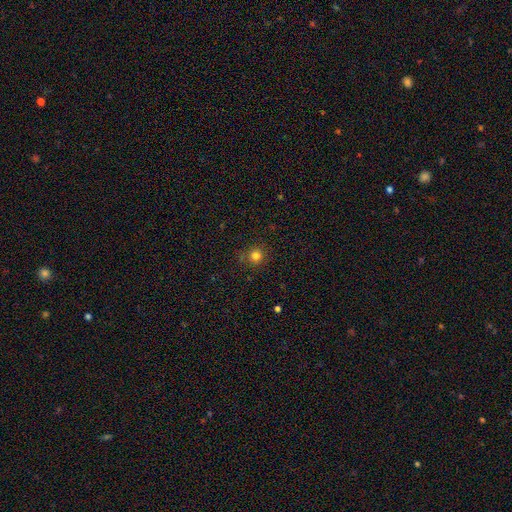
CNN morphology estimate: Smooth or featured? Predicted: smooth (p=0.79). How rounded? Predicted: round (p=0.93). Merging? Predicted: none (p=0.85).